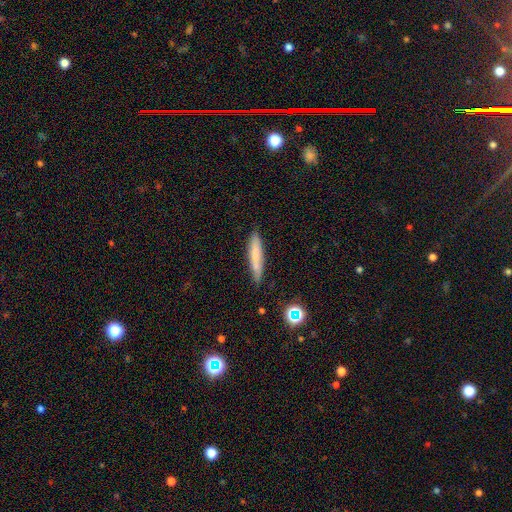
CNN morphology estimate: type=smooth (71%); roundness=cigar-shaped (88%); merging=none (81%).